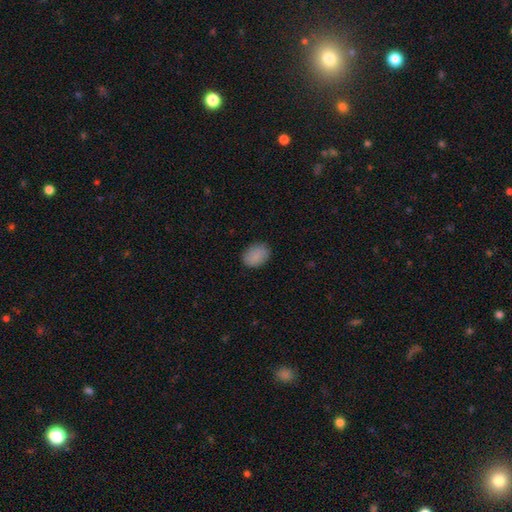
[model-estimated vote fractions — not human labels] smooth-or-featured: smooth: 88% | star or artifact: 8% | featured or disk: 4%
  how-rounded: in between: 74% | round: 25% | cigar-shaped: 1%
  merging: none: 85% | minor disturbance: 11% | major disturbance: 3% | merger: 1%